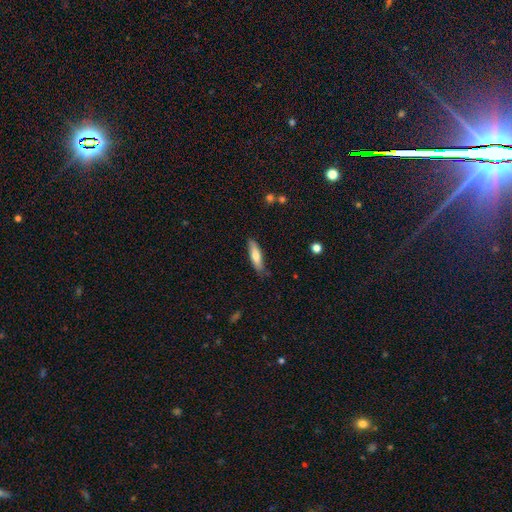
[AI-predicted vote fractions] Smooth or featured? Predicted: smooth (p=0.68). How rounded? Predicted: cigar-shaped (p=0.65). Merging? Predicted: none (p=0.81).